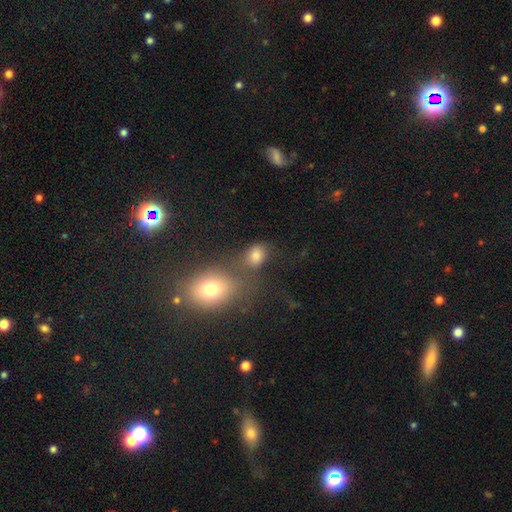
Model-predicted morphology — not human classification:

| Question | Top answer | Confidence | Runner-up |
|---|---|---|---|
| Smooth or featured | smooth | 76% | star or artifact (14%) |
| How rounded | in between | 59% | round (39%) |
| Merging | none | 53% | merger (26%) |